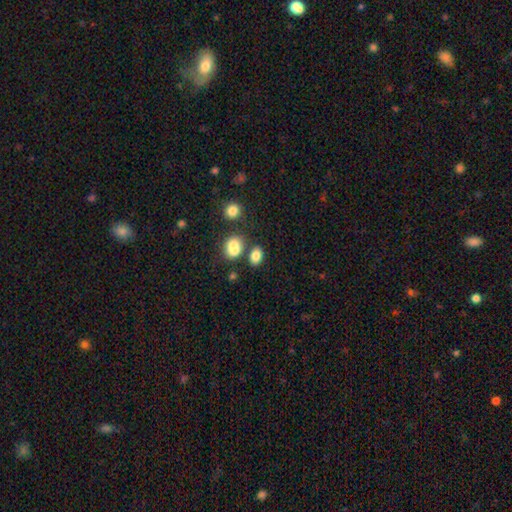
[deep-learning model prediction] smooth-or-featured: smooth: 82% | star or artifact: 11% | featured or disk: 7%
  how-rounded: in between: 72% | round: 27% | cigar-shaped: 1%
  merging: none: 64% | merger: 21% | minor disturbance: 11% | major disturbance: 4%